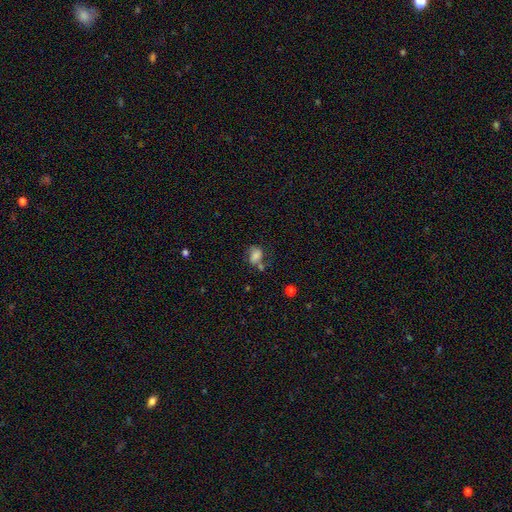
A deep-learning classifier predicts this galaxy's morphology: Smooth or featured? smooth (71%)
How rounded? in between (65%)
Merging? none (41%)